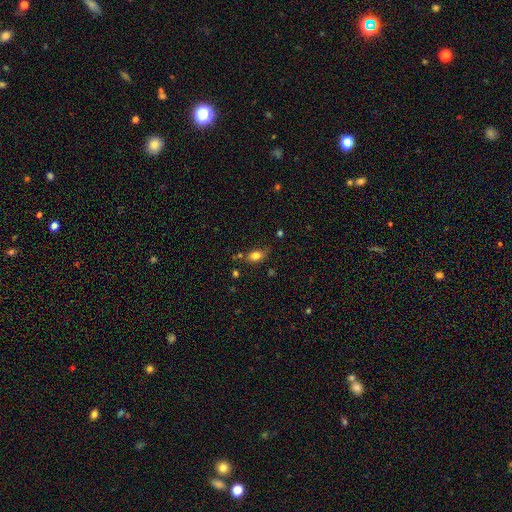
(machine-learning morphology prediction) A smooth galaxy with no disk features (79%) that is in between round and cigar-shaped (76%).

Vote fractions:
- Smooth or featured? smooth: 79% / star or artifact: 11% / featured or disk: 10%
- How rounded? in between: 76% / round: 20% / cigar-shaped: 4%
- Merging? none: 66% / minor disturbance: 22% / merger: 6% / major disturbance: 6%